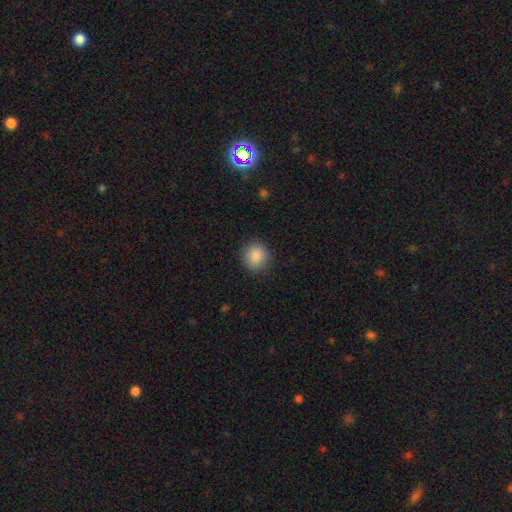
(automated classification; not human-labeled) Morphology: type=smooth (88%); roundness=round (88%); merging=none (89%).